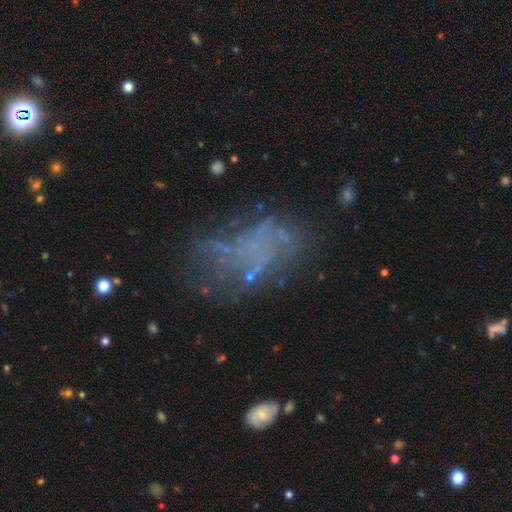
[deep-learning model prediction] Overall: featured or disk (51%; smooth 26%). Edge-on disk: no (97%). Merging: none (44%; major disturbance 32%).